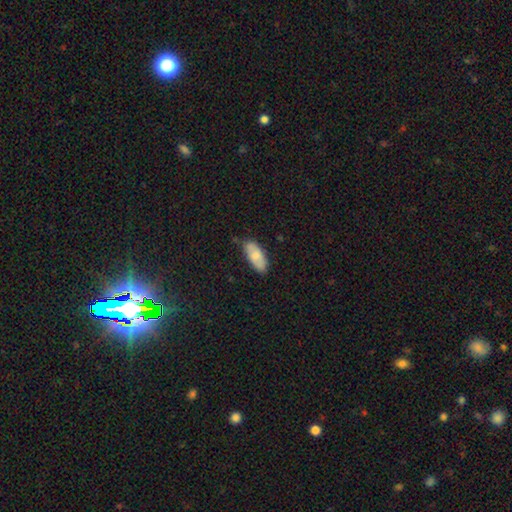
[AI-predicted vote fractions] Overall: smooth (73%). How rounded: in between (86%). Merging: none (75%).